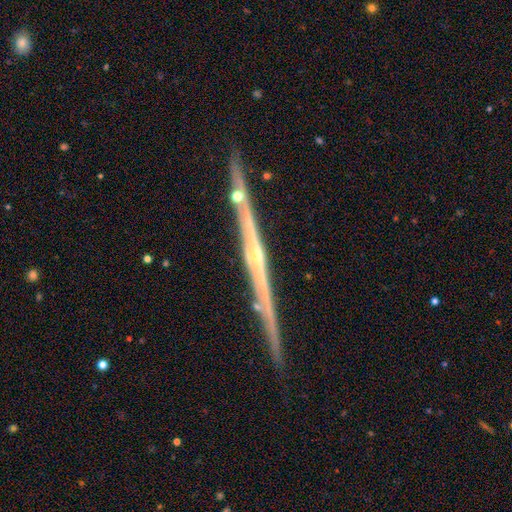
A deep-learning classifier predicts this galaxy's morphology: smooth-or-featured: featured or disk: 84% | smooth: 9% | star or artifact: 7%
  disk-edge-on: yes: 98% | no: 2%
    edge-on-bulge: rounded: 51% | none: 42% | boxy: 7%
  merging: none: 86% | minor disturbance: 9% | merger: 3% | major disturbance: 2%